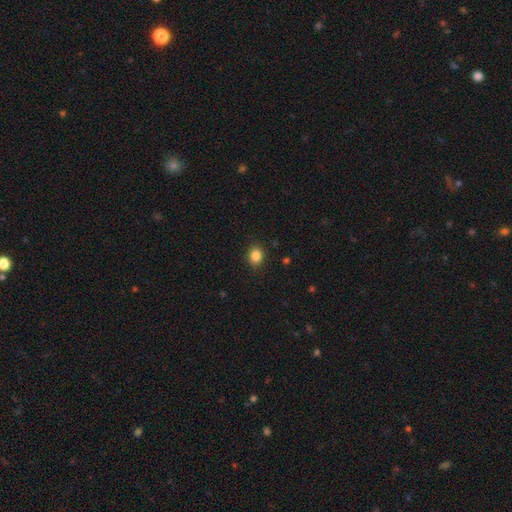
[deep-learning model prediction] Smooth or featured? Predicted: smooth (p=0.86). How rounded? Predicted: round (p=0.54). Merging? Predicted: none (p=0.88).